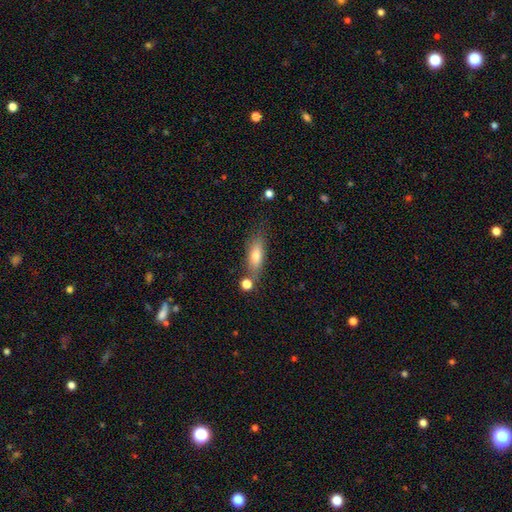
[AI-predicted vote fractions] smooth_or_featured: smooth (p=0.73) [alt: featured or disk p=0.20]
how_rounded: in between (p=0.62) [alt: cigar-shaped p=0.34]
merging: none (p=0.65) [alt: minor disturbance p=0.17]